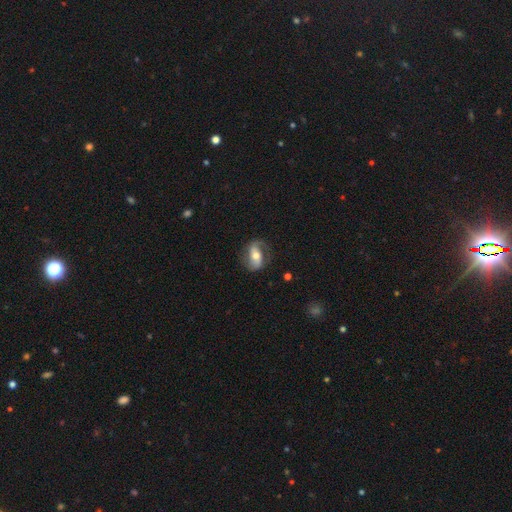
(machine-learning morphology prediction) type=featured or disk (67%); edge-on=no (94%); bar=strong (36%); spiral arms=yes (87%); winding=loose (41%); arm count=2 (77%); bulge=moderate (68%); merging=none (68%).